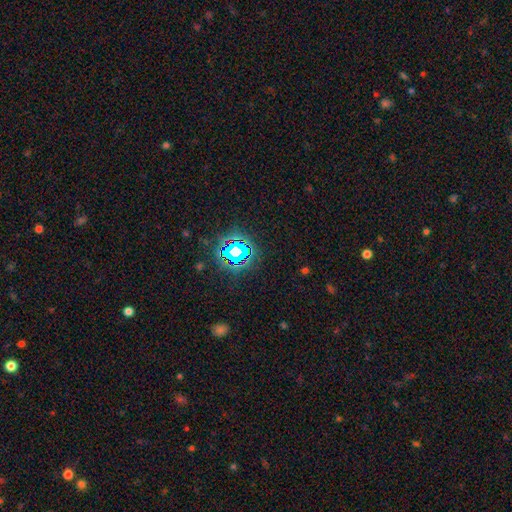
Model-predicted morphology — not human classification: Overall: star or artifact (80%).